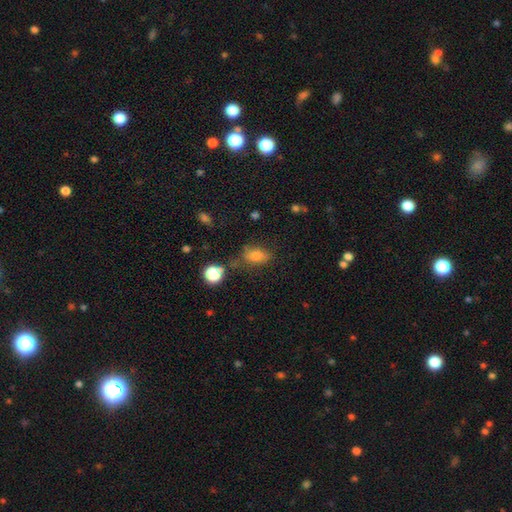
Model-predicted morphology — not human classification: smooth-or-featured: smooth: 75% | star or artifact: 15% | featured or disk: 10%
  how-rounded: in between: 77% | round: 19% | cigar-shaped: 3%
  merging: none: 60% | minor disturbance: 24% | major disturbance: 10% | merger: 7%